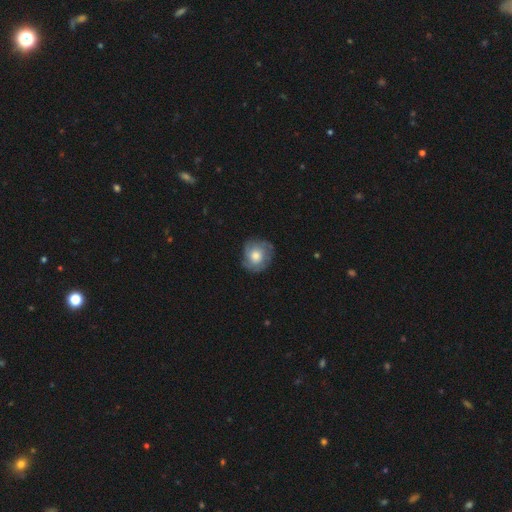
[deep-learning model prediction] smooth_or_featured: smooth (p=0.48) [alt: featured or disk p=0.44]
merging: none (p=0.73) [alt: minor disturbance p=0.19]